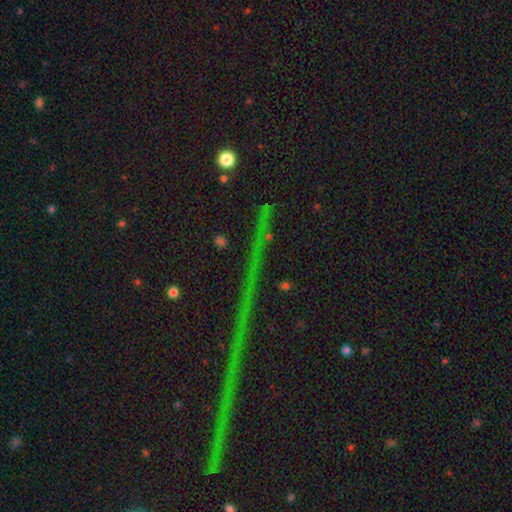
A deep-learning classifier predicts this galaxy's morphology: This is clearly a star or artifact rather than a galaxy (82%).